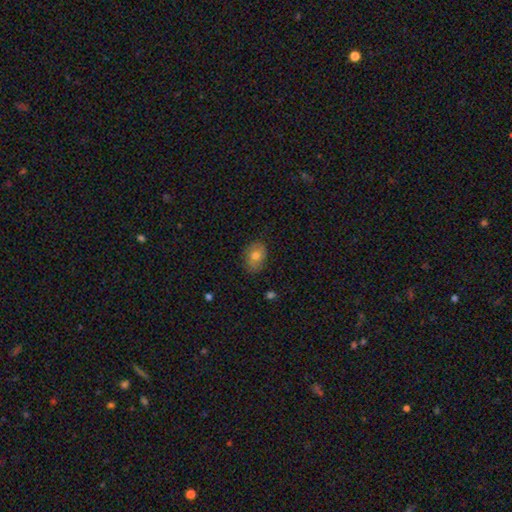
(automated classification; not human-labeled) Smooth or featured: smooth — 73% (featured or disk — 18%)
How rounded: in between — 73% (round — 26%)
Merging: none — 83% (minor disturbance — 13%)